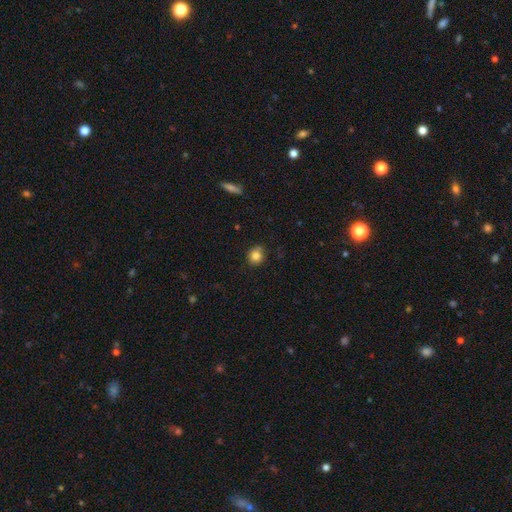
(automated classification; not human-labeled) smooth_or_featured: smooth (p=0.83) [alt: star or artifact p=0.11]
how_rounded: round (p=0.86) [alt: in between p=0.13]
merging: none (p=0.81) [alt: minor disturbance p=0.13]